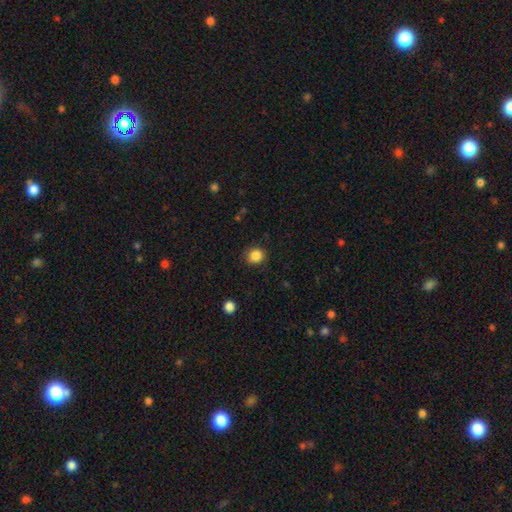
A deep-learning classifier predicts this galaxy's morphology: A smooth galaxy with no disk features (86%) that is round (86%).

Vote fractions:
- Smooth or featured? smooth: 86% / star or artifact: 11% / featured or disk: 4%
- How rounded? round: 86% / in between: 13% / cigar-shaped: 1%
- Merging? none: 86% / minor disturbance: 10% / major disturbance: 3% / merger: 1%